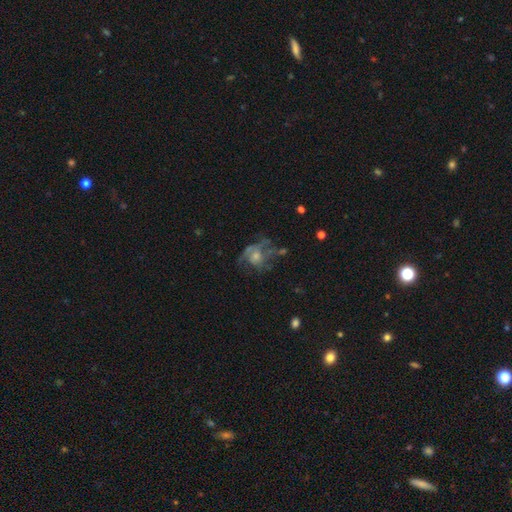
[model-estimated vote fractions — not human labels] Smooth or featured? featured or disk (63%)
Edge-on disk? no (97%)
Bar? no (80%)
Spiral arms? yes (60%)
Bulge size? moderate (47%)
Merging? none (46%)